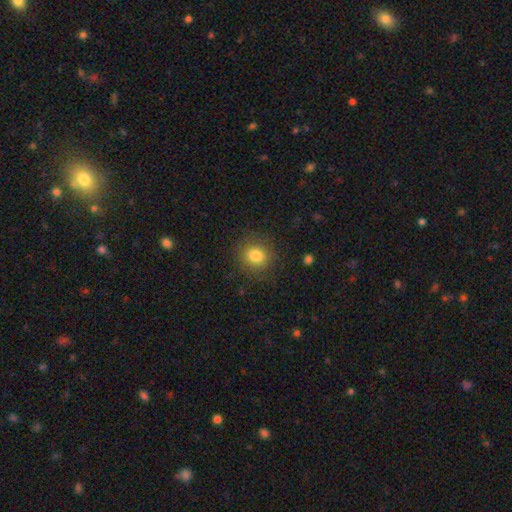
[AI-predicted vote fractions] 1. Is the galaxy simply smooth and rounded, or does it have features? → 82% smooth, 11% star or artifact, 7% featured or disk.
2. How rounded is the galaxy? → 86% round, 14% in between, 1% cigar-shaped.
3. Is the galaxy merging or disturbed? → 87% none, 9% minor disturbance, 3% major disturbance, 1% merger.